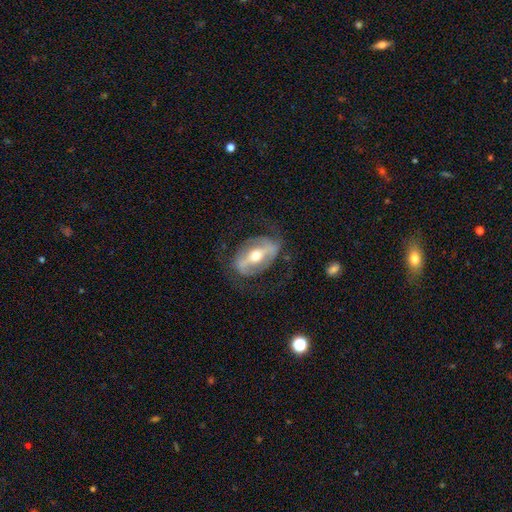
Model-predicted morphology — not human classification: Smooth or featured? featured or disk (81%)
Edge-on disk? no (85%)
Bar? strong (72%)
Spiral arms? yes (67%)
Bulge size? moderate (67%)
Merging? none (67%)